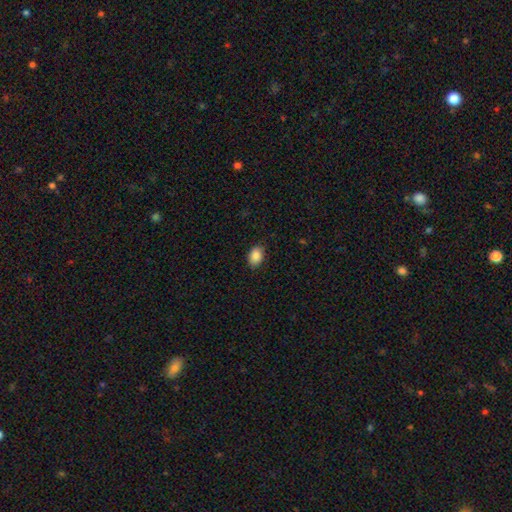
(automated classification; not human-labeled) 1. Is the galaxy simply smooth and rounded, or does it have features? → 88% smooth, 8% star or artifact, 5% featured or disk.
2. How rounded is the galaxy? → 81% in between, 18% round, 1% cigar-shaped.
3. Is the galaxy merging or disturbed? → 86% none, 11% minor disturbance, 2% major disturbance, 1% merger.